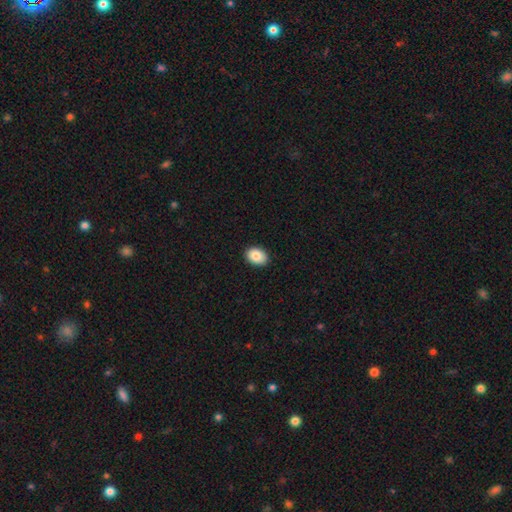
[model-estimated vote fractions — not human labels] Smooth or featured? smooth (87%)
How rounded? in between (77%)
Merging? none (90%)